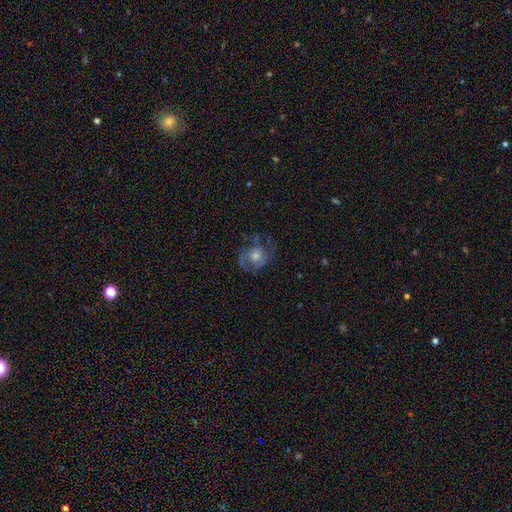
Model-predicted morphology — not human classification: This is likely a featured or disk galaxy (63%). It is clearly not viewed edge-on (97%). Bar: likely no (77%). Spiral arm pattern: likely yes (77%). Central bulge: possibly moderate (56%). Merging: likely none (63%).